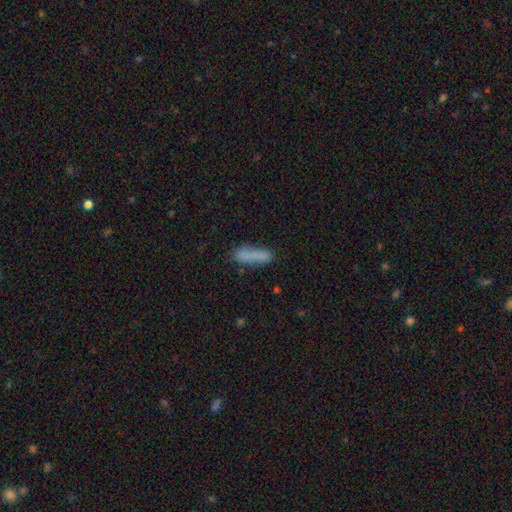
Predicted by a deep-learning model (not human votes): Morphology: type=smooth (79%); roundness=cigar-shaped (59%); merging=none (61%).